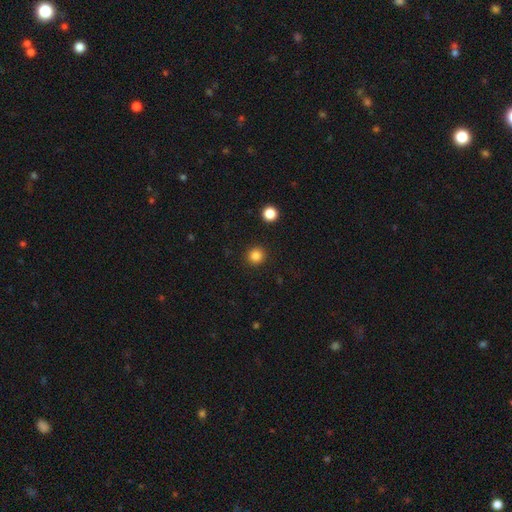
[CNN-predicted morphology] This is clearly a smooth galaxy (83%). How rounded: clearly round (95%). Merging: clearly none (92%).